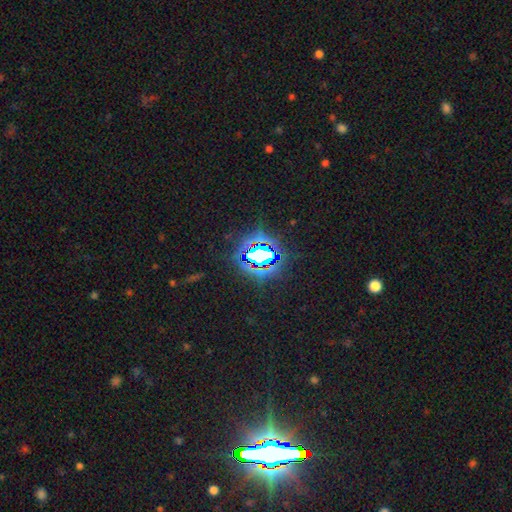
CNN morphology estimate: type=star or artifact (79%).